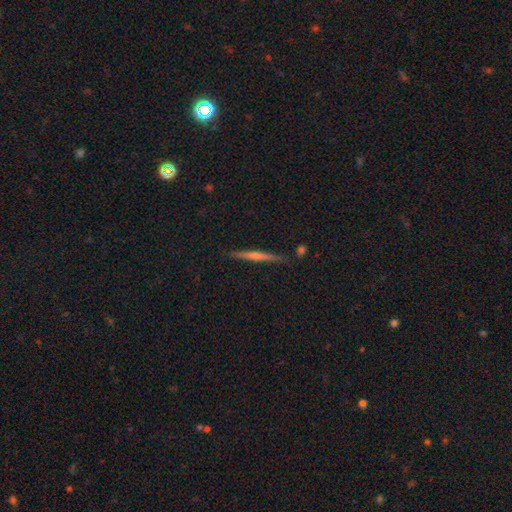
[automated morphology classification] A featured or disk galaxy (67%) viewed edge-on (97%) with a rounded central bulge (66%).

Vote fractions:
- Smooth or featured? featured or disk: 67% / smooth: 22% / star or artifact: 10%
- Edge-on disk? yes: 97% / no: 3%
- Edge-on bulge? rounded: 66% / none: 25% / boxy: 9%
- Merging? none: 88% / minor disturbance: 8% / merger: 2% / major disturbance: 2%